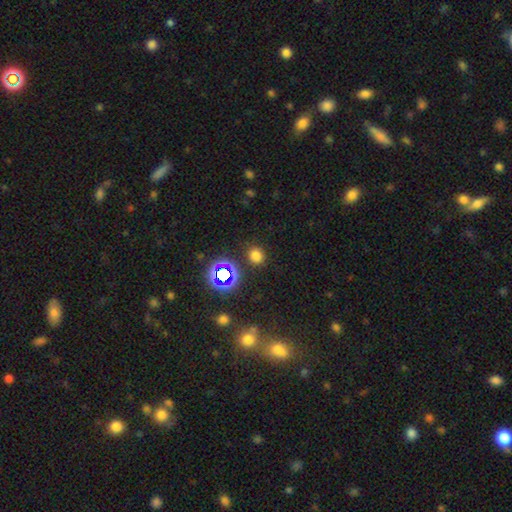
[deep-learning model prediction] This is likely a smooth galaxy (71%). How rounded: likely round (76%). Merging: clearly none (85%).